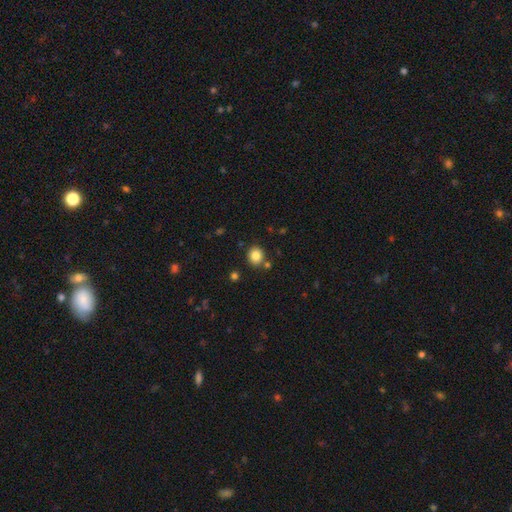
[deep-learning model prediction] This appears to be a smooth galaxy with no disk features (83%) that is round (80%). Merging: none (82%).